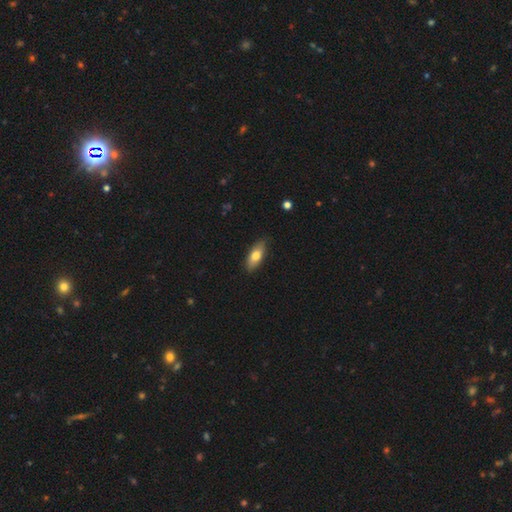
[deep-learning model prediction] Smooth or featured? Predicted: smooth (p=0.73). How rounded? Predicted: in between (p=0.79). Merging? Predicted: none (p=0.84).